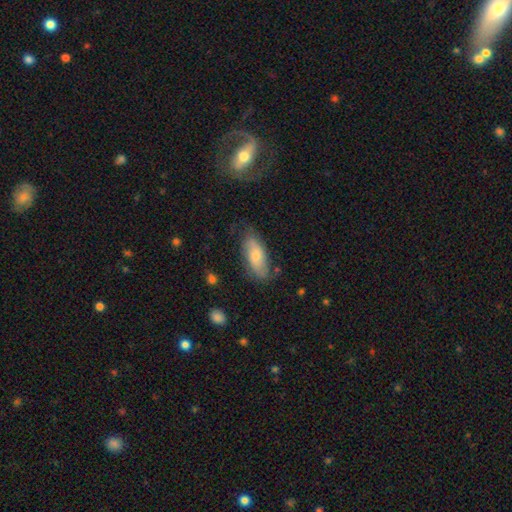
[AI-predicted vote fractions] A smooth galaxy with no disk features (62%) that is in between round and cigar-shaped (81%). Merging: none (69%).